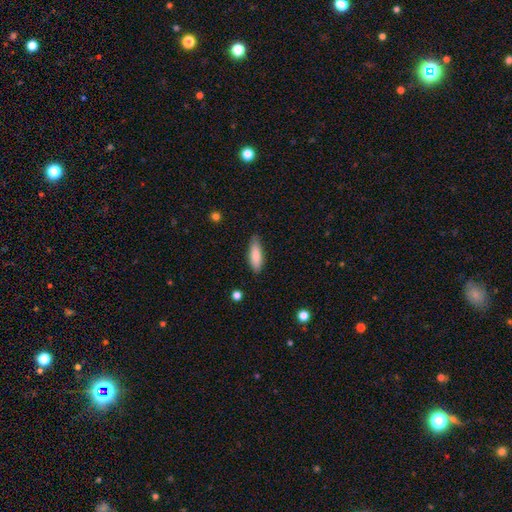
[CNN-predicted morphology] A smooth galaxy with no disk features (85%) that is in between round and cigar-shaped (53%).

Vote fractions:
- Smooth or featured? smooth: 85% / featured or disk: 10% / star or artifact: 6%
- How rounded? in between: 53% / cigar-shaped: 46% / round: 2%
- Merging? none: 83% / minor disturbance: 14% / major disturbance: 2% / merger: 1%